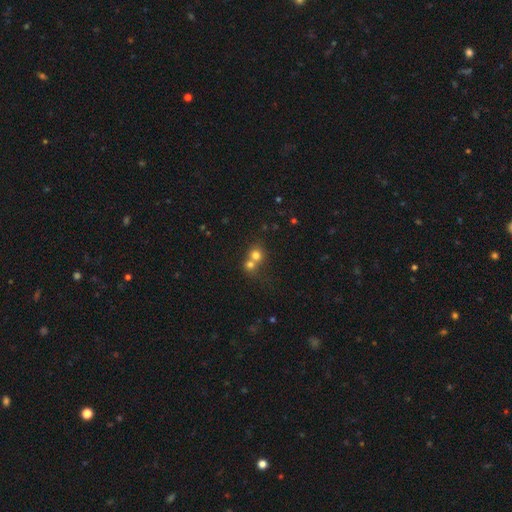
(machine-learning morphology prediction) The model was most divided on "merging": merger: 59%, none: 34%, minor disturbance: 5%, major disturbance: 3%. More confident: how rounded — round (84%); smooth or featured — smooth (73%).